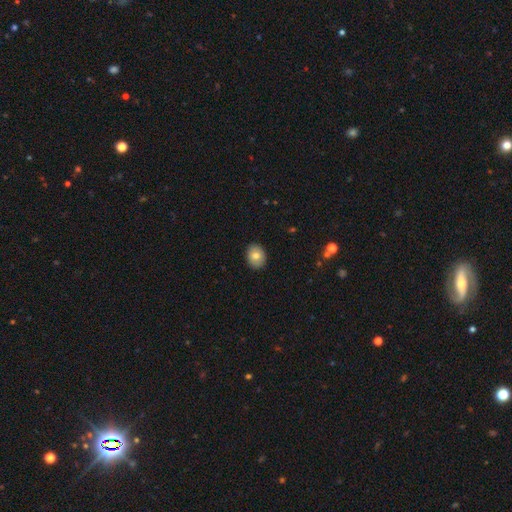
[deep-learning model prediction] smooth_or_featured: smooth (p=0.78) [alt: featured or disk p=0.14]
how_rounded: in between (p=0.60) [alt: round p=0.39]
merging: none (p=0.89) [alt: minor disturbance p=0.08]